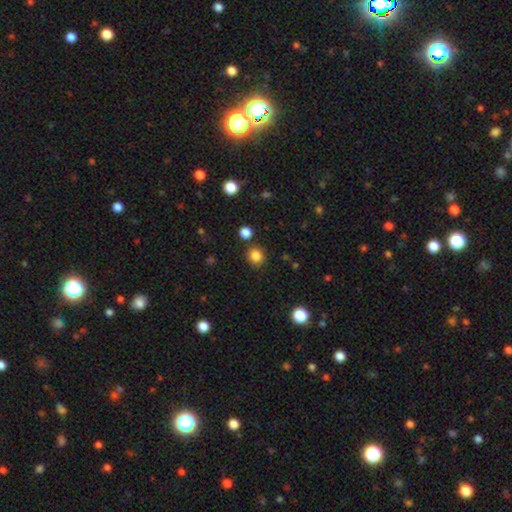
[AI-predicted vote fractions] Overall: smooth (84%). How rounded: round (87%). Merging: none (85%).